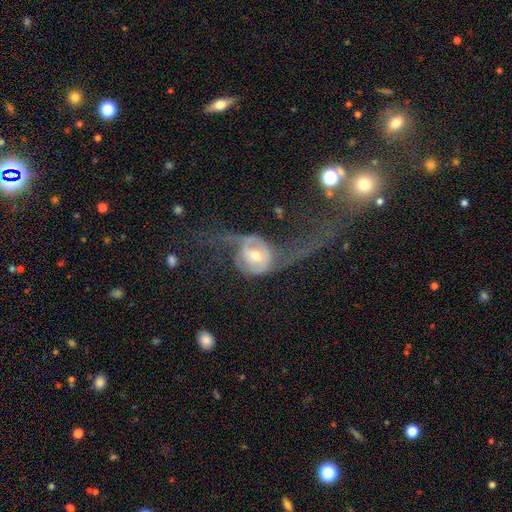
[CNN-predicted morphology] Smooth or featured: featured or disk — 73% (smooth — 20%)
Edge-on disk: no — 91% (yes — 9%)
Bar: no — 57% (weak — 30%)
Spiral arms: yes — 71% (no — 29%)
Bulge size: moderate — 63% (small — 29%)
Merging: major disturbance — 58% (none — 23%)